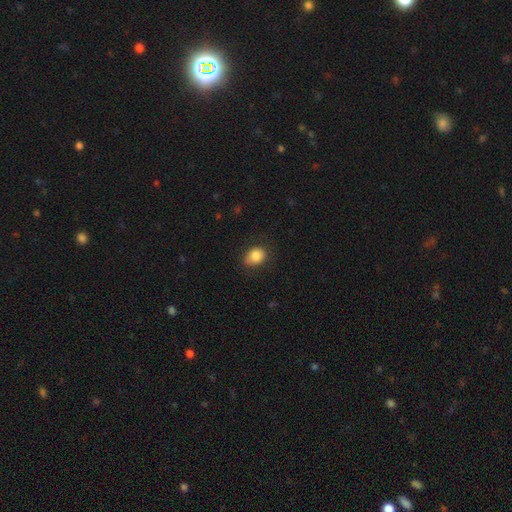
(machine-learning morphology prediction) smooth-or-featured: smooth: 84% | star or artifact: 9% | featured or disk: 7%
  how-rounded: in between: 60% | round: 39% | cigar-shaped: 1%
  merging: none: 71% | minor disturbance: 22% | major disturbance: 5% | merger: 1%